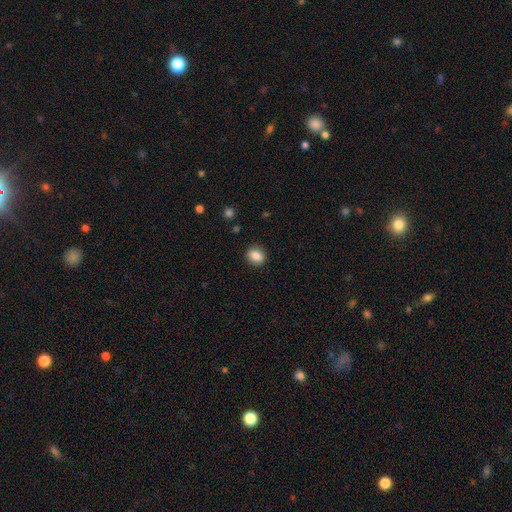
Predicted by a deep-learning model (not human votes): Smooth or featured?
  - smooth: 86% *
  - star or artifact: 9%
  - featured or disk: 5%
How rounded?
  - round: 56% *
  - in between: 43%
  - cigar-shaped: 1%
Merging?
  - none: 89% *
  - minor disturbance: 7%
  - major disturbance: 2%
  - merger: 1%